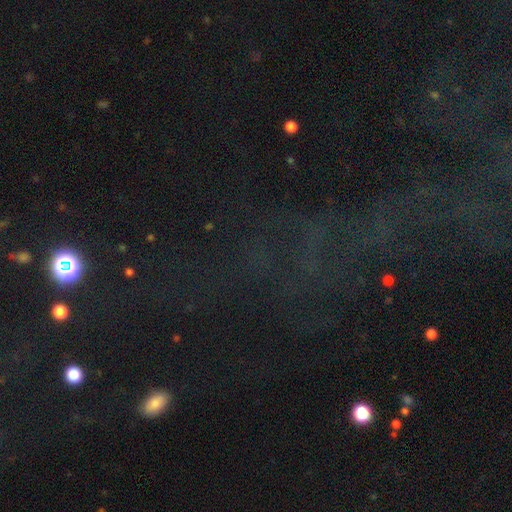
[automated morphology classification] The model was most divided on "smooth or featured": star or artifact: 64%, smooth: 18%, featured or disk: 17%.